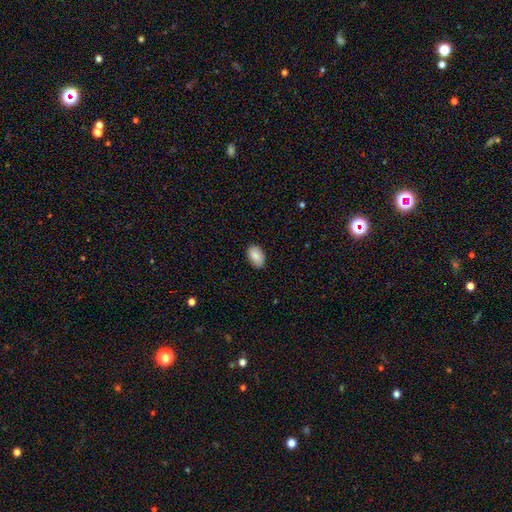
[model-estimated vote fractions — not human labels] This appears to be a smooth galaxy with no disk features (87%) that is in between round and cigar-shaped (91%). Merging: none (85%).